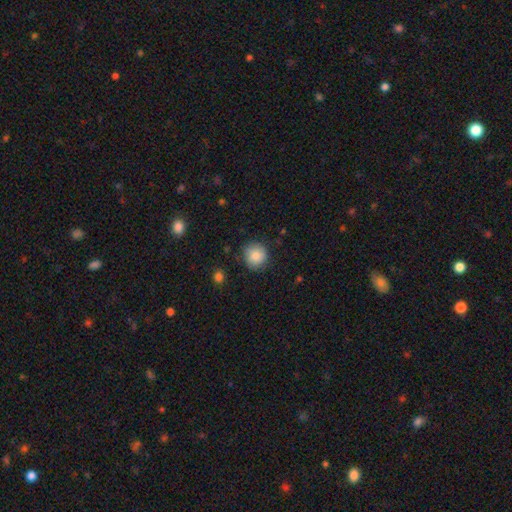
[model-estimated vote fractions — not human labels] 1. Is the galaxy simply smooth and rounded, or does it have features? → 85% smooth, 8% star or artifact, 6% featured or disk.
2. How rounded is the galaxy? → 91% round, 8% in between, 1% cigar-shaped.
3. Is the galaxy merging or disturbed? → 84% none, 12% minor disturbance, 3% major disturbance, 1% merger.